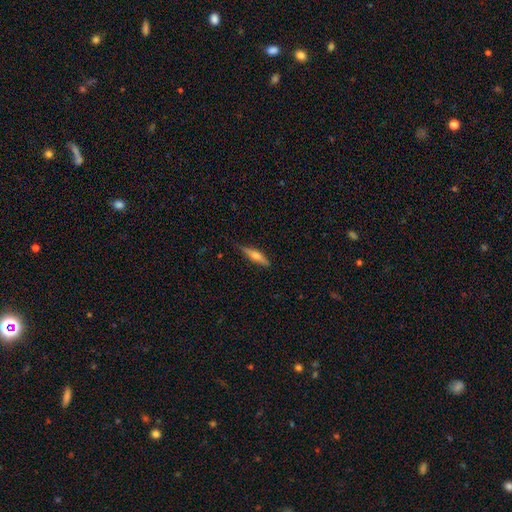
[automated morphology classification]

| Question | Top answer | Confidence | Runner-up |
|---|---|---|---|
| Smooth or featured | featured or disk | 49% | smooth (45%) |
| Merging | none | 82% | minor disturbance (14%) |